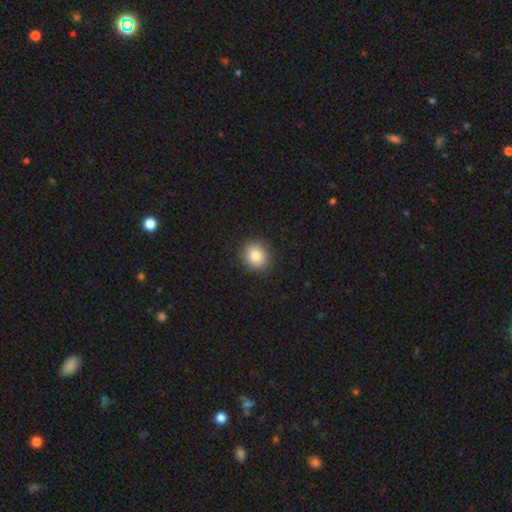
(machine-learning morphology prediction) Smooth or featured: smooth — 85% (star or artifact — 9%)
How rounded: round — 72% (in between — 27%)
Merging: none — 90% (minor disturbance — 7%)